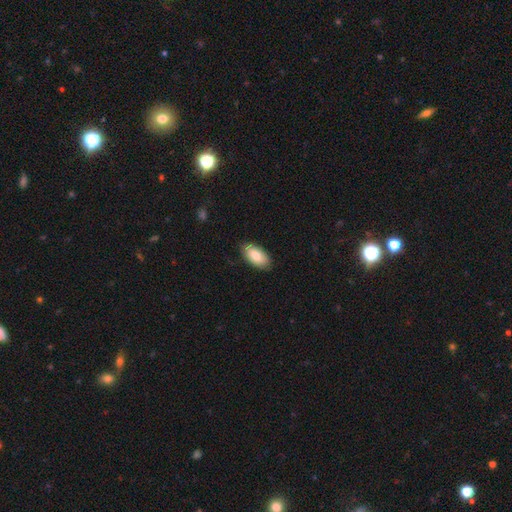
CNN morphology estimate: Smooth or featured? Predicted: smooth (p=0.79). How rounded? Predicted: in between (p=0.94). Merging? Predicted: none (p=0.83).